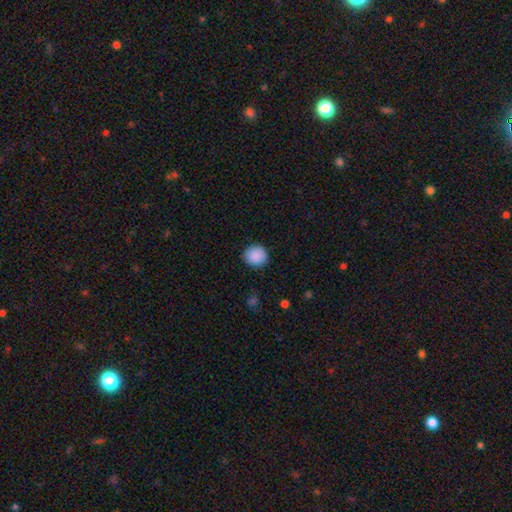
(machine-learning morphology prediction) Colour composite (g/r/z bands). It shows a smooth galaxy with no disk features (90%) that is round (87%). Merging: none (89%).